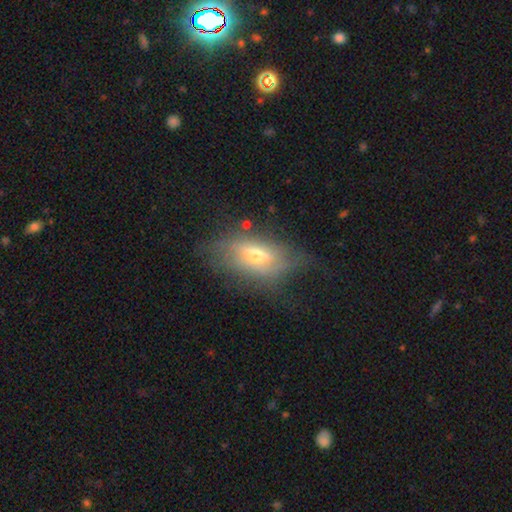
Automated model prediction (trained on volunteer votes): Smooth or featured: smooth — 49% (featured or disk — 41%)
Merging: none — 52% (minor disturbance — 27%)